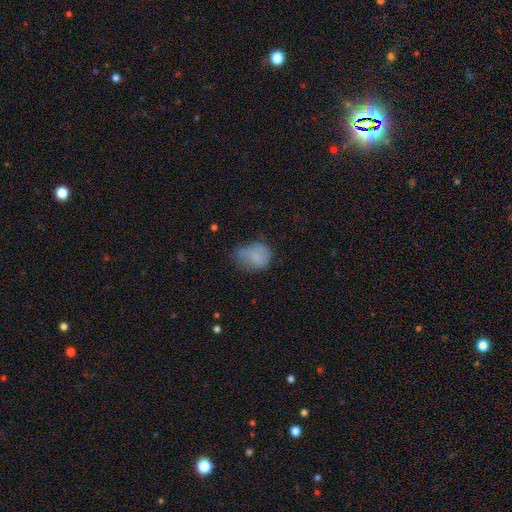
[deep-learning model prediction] This appears to be a smooth galaxy with no disk features (76%) that is in between round and cigar-shaped (56%). Merging: none (40%).